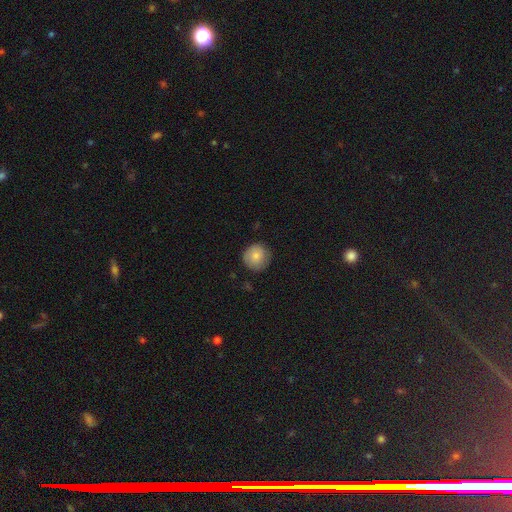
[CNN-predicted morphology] A smooth galaxy with no disk features (79%) that is round (94%).

Vote fractions:
- Smooth or featured? smooth: 79% / featured or disk: 14% / star or artifact: 7%
- How rounded? round: 94% / in between: 5% / cigar-shaped: 1%
- Merging? none: 81% / minor disturbance: 15% / major disturbance: 3% / merger: 1%